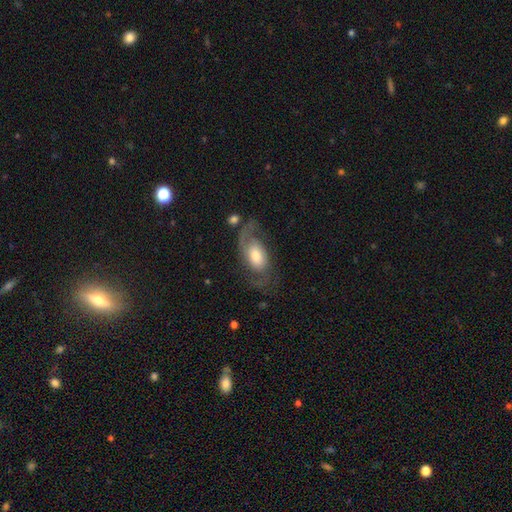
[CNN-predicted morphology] This appears to be a featured or disk galaxy (72%) with no bar (61%), 2 (79%) medium (43%) spiral arms (90%) and a moderate central bulge (57%). Merging: none (57%).